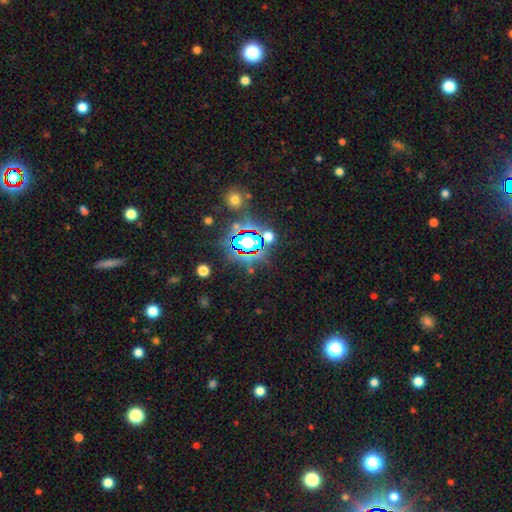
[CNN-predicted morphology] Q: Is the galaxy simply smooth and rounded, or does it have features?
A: star or artifact — 83%.